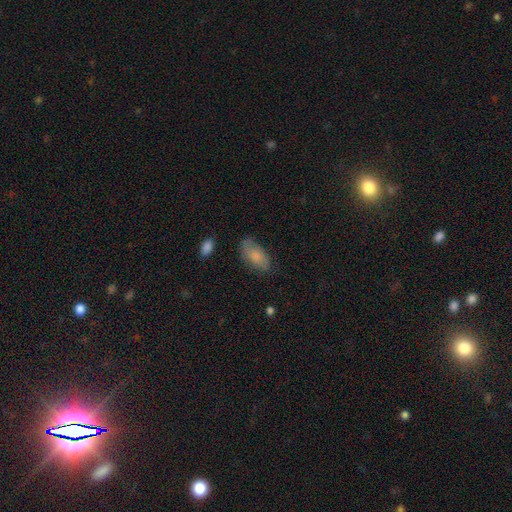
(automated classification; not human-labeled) A smooth galaxy with no disk features (71%) that is in between round and cigar-shaped (92%). Merging: none (69%).